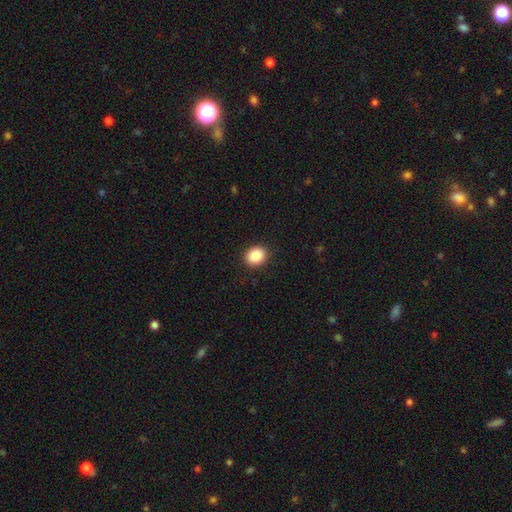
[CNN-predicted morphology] A smooth galaxy with no disk features (89%) that is round (59%). Merging: none (91%).